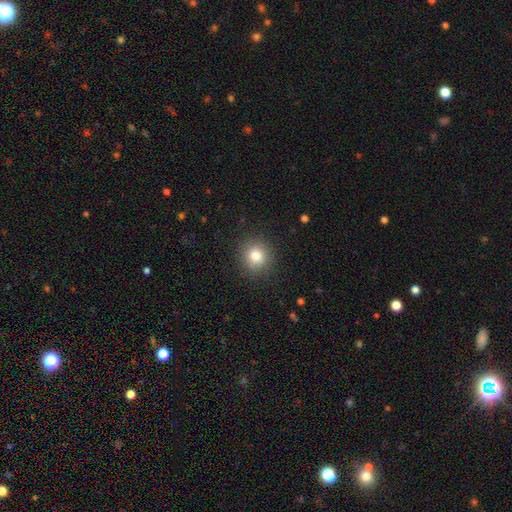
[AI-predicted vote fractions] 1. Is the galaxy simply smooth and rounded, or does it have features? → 81% smooth, 12% star or artifact, 8% featured or disk.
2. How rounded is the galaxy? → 91% round, 8% in between, 1% cigar-shaped.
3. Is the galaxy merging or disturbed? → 89% none, 7% minor disturbance, 3% major disturbance, 1% merger.